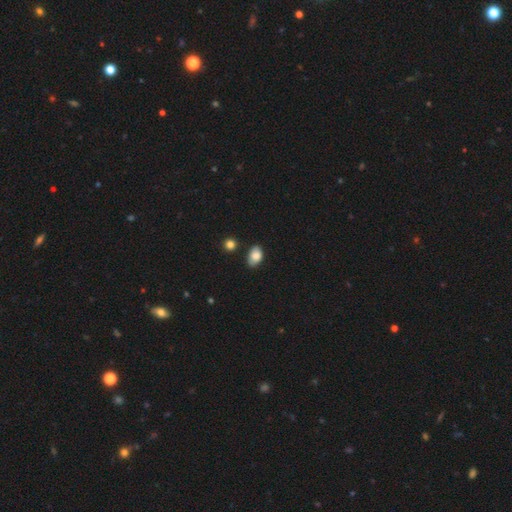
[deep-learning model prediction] Smooth or featured?
  - smooth: 82% *
  - featured or disk: 10%
  - star or artifact: 8%
How rounded?
  - in between: 88% *
  - round: 10%
  - cigar-shaped: 1%
Merging?
  - none: 73% *
  - minor disturbance: 20%
  - merger: 4%
  - major disturbance: 3%